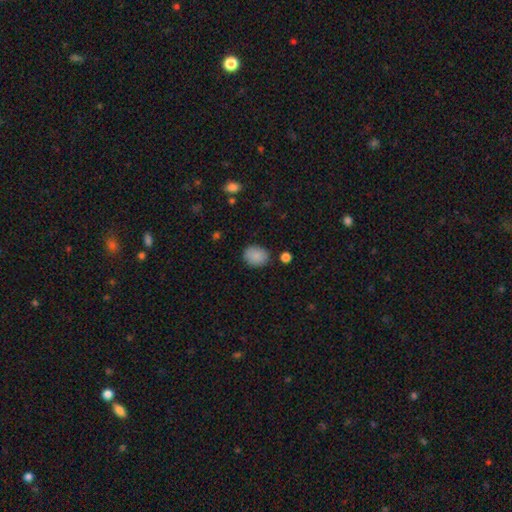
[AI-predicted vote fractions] Q: Smooth or featured?
A: smooth (88%); runner-up: star or artifact (8%)
Q: How rounded?
A: in between (56%); runner-up: round (43%)
Q: Merging?
A: none (83%); runner-up: minor disturbance (12%)